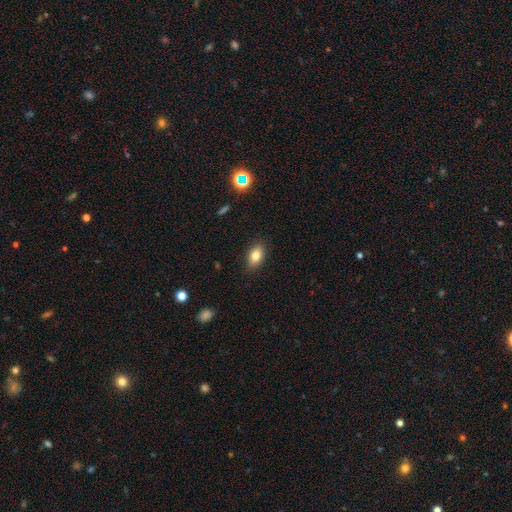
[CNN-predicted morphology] This is clearly a smooth galaxy (82%). How rounded: clearly in between (87%). Merging: clearly none (86%).